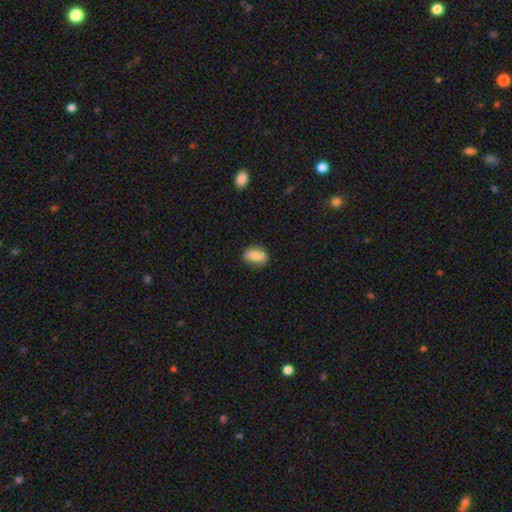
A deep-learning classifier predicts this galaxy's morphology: Smooth or featured? Predicted: smooth (p=0.83). How rounded? Predicted: in between (p=0.83). Merging? Predicted: none (p=0.80).